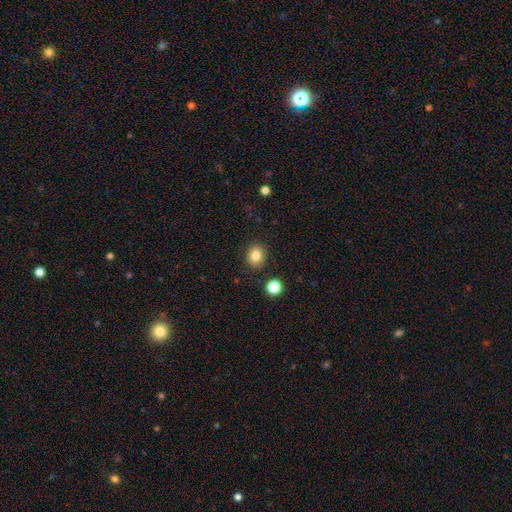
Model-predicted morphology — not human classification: smooth_or_featured: smooth (p=0.83) [alt: star or artifact p=0.11]
how_rounded: round (p=0.75) [alt: in between p=0.24]
merging: none (p=0.89) [alt: minor disturbance p=0.07]